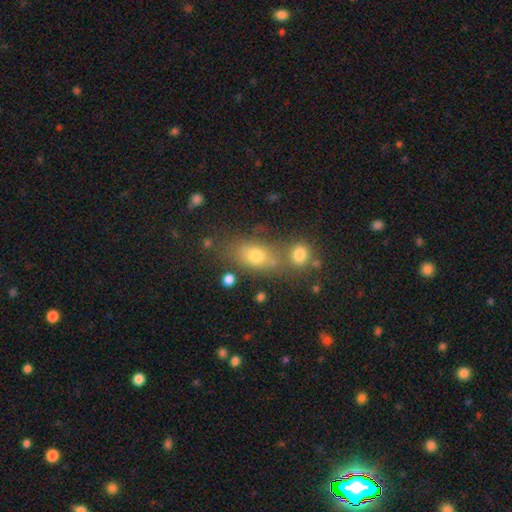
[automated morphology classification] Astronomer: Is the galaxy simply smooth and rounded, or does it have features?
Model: smooth — 72%.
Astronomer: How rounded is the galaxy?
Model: in between — 74%.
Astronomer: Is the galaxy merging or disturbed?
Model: none — 54%.